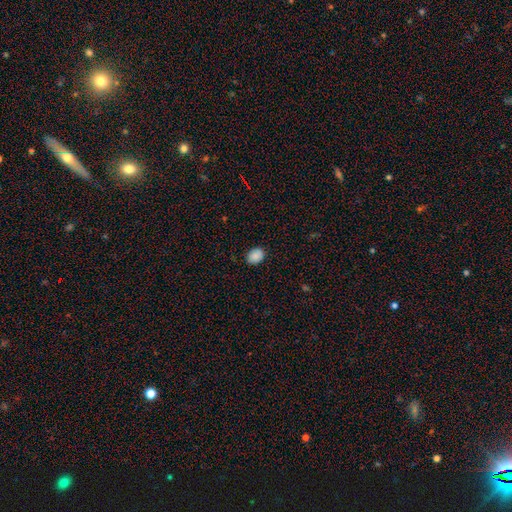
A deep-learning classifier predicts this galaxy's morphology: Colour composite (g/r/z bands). It shows a smooth galaxy with no disk features (88%) that is in between round and cigar-shaped (61%). Merging: none (87%).